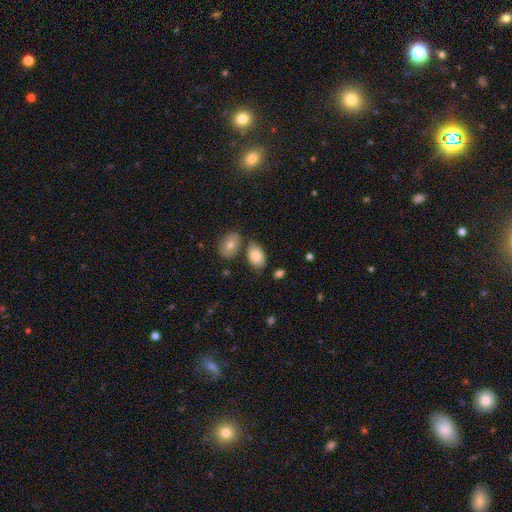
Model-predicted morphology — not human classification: A smooth galaxy with no disk features (82%) that is in between round and cigar-shaped (92%).

Vote fractions:
- Smooth or featured? smooth: 82% / featured or disk: 10% / star or artifact: 7%
- How rounded? in between: 92% / round: 7% / cigar-shaped: 1%
- Merging? none: 66% / merger: 16% / minor disturbance: 14% / major disturbance: 4%